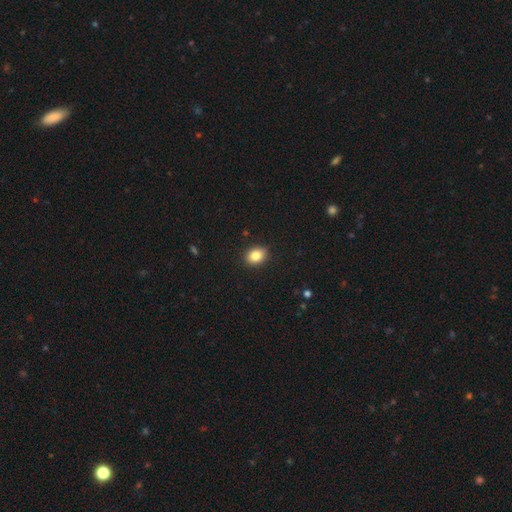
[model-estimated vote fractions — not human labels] Smooth or featured: smooth — 85% (star or artifact — 9%)
How rounded: in between — 68% (round — 31%)
Merging: none — 90% (minor disturbance — 8%)